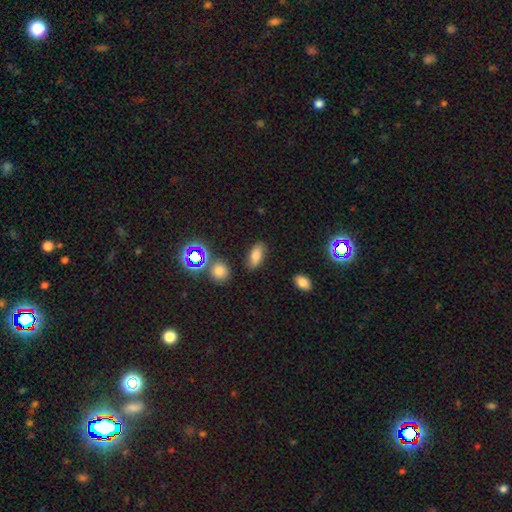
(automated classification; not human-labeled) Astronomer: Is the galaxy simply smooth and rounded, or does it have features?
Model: smooth — 75%.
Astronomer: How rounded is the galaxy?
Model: in between — 86%.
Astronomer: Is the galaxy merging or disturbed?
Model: none — 82%.